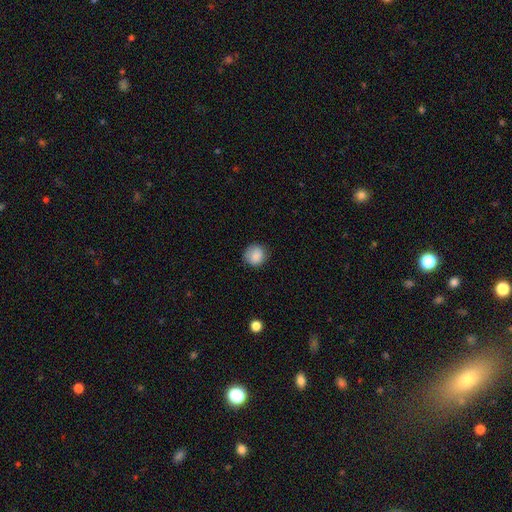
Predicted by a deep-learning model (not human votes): A smooth galaxy with no disk features (87%) that is round (84%). Merging: none (80%).